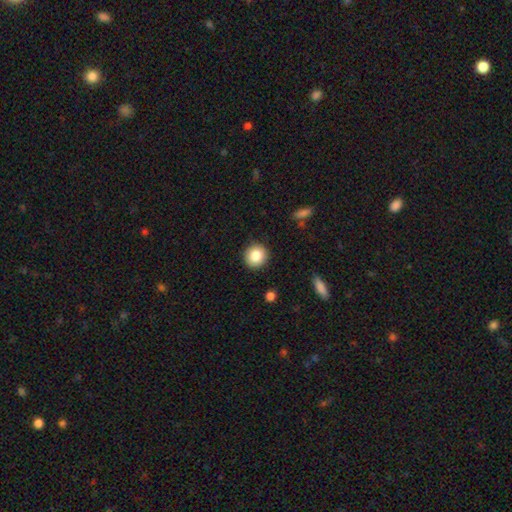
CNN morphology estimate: A smooth galaxy with no disk features (85%) that is round (91%).

Vote fractions:
- Smooth or featured? smooth: 85% / star or artifact: 9% / featured or disk: 6%
- How rounded? round: 91% / in between: 8% / cigar-shaped: 1%
- Merging? none: 91% / minor disturbance: 6% / major disturbance: 2% / merger: 1%